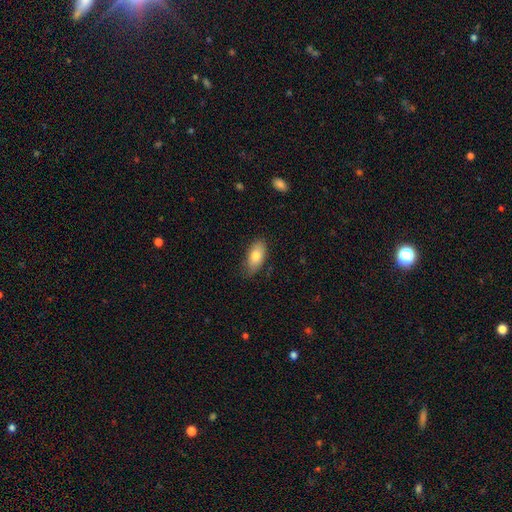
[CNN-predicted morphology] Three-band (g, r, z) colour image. It shows a smooth galaxy with no disk features (78%) that is in between round and cigar-shaped (90%). Merging: none (76%).